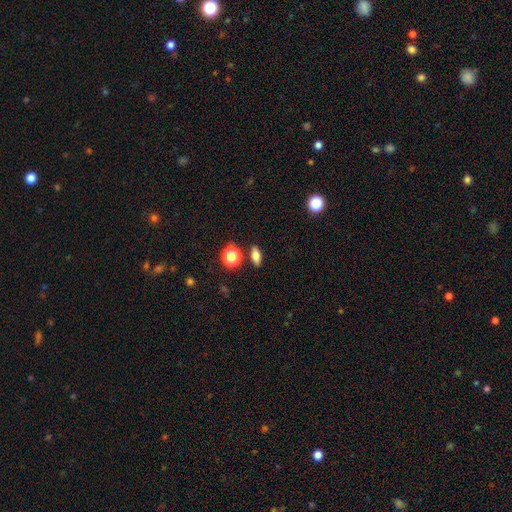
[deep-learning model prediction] Smooth or featured: smooth — 72% (featured or disk — 16%)
How rounded: in between — 71% (round — 15%)
Merging: none — 85% (minor disturbance — 8%)